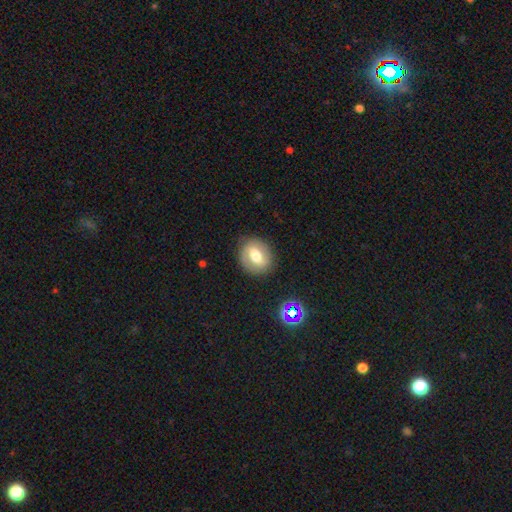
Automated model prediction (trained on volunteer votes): smooth-or-featured: featured or disk: 47% | smooth: 45% | star or artifact: 8%
  merging: none: 83% | minor disturbance: 11% | major disturbance: 4% | merger: 1%